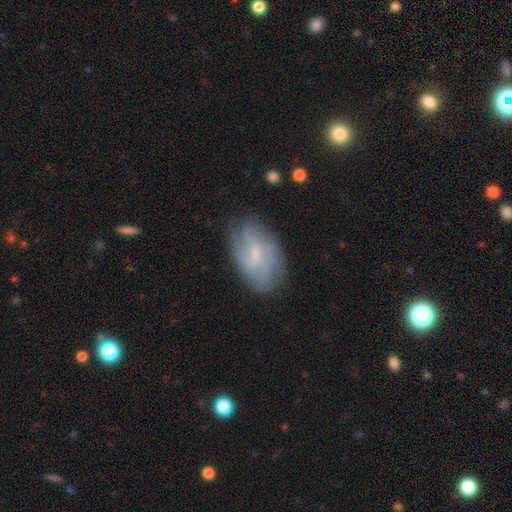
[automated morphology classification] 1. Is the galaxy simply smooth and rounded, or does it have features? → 56% featured or disk, 36% smooth, 8% star or artifact.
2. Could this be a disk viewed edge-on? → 94% no, 6% yes.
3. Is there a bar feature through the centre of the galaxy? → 52% weak, 37% no, 10% strong.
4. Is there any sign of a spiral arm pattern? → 73% yes, 27% no.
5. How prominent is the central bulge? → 64% small, 19% moderate, 15% none, 1% large, 1% dominant.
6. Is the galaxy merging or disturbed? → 66% none, 23% minor disturbance, 9% major disturbance, 2% merger.